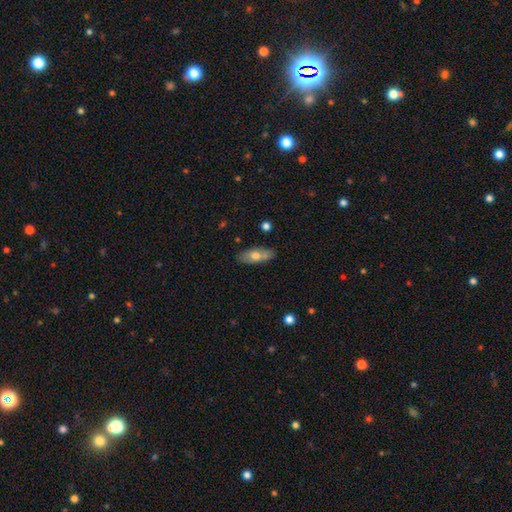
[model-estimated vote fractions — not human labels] smooth 65%, featured or disk 28%, star or artifact 6%. Down the decision tree: how rounded — in between (76%); merging — none (80%).